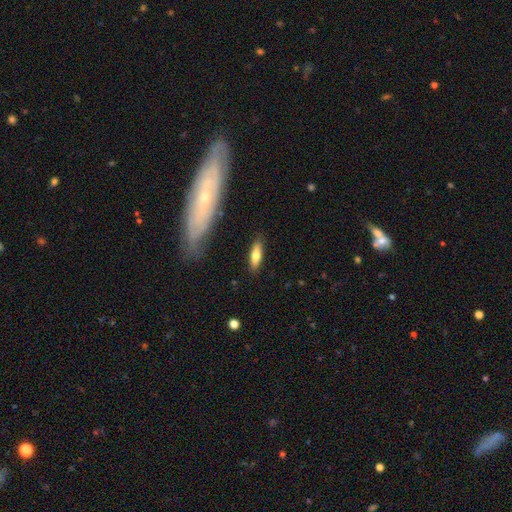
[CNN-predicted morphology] This appears to be a smooth galaxy with no disk features (70%) that is in between round and cigar-shaped (54%). Merging: none (85%).